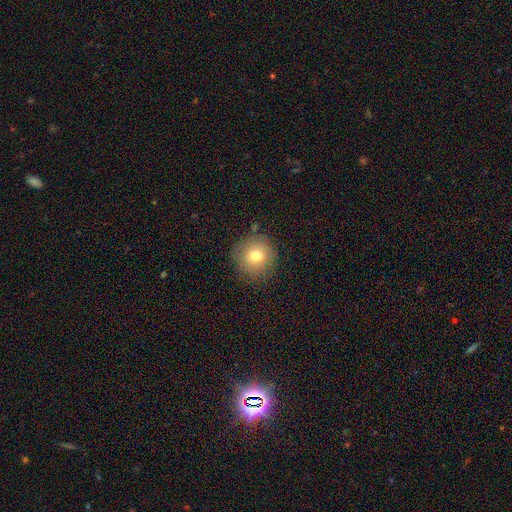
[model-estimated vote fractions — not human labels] A smooth galaxy with no disk features (77%) that is round (93%).

Vote fractions:
- Smooth or featured? smooth: 77% / featured or disk: 12% / star or artifact: 11%
- How rounded? round: 93% / in between: 6% / cigar-shaped: 1%
- Merging? none: 85% / minor disturbance: 10% / major disturbance: 3% / merger: 2%